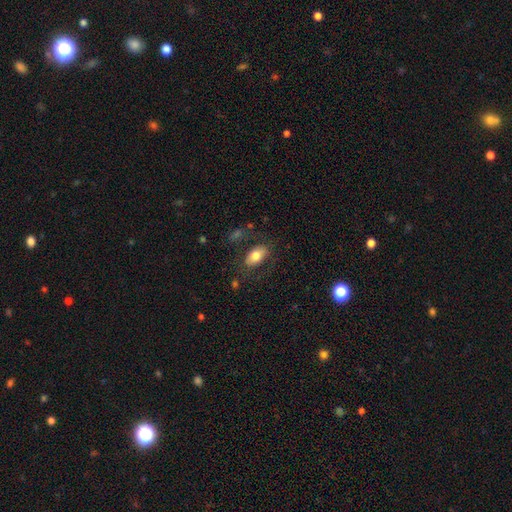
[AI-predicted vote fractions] Q: Smooth or featured?
A: smooth (73%); runner-up: featured or disk (19%)
Q: How rounded?
A: in between (92%); runner-up: round (6%)
Q: Merging?
A: none (73%); runner-up: minor disturbance (15%)